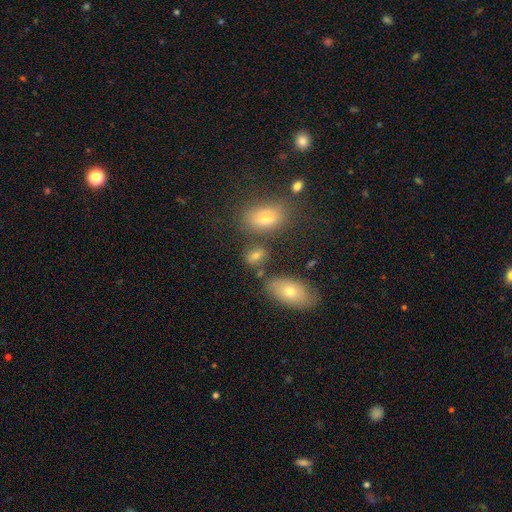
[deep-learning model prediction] This is likely a smooth galaxy (70%). How rounded: likely in between (77%). Merging: likely none (61%).